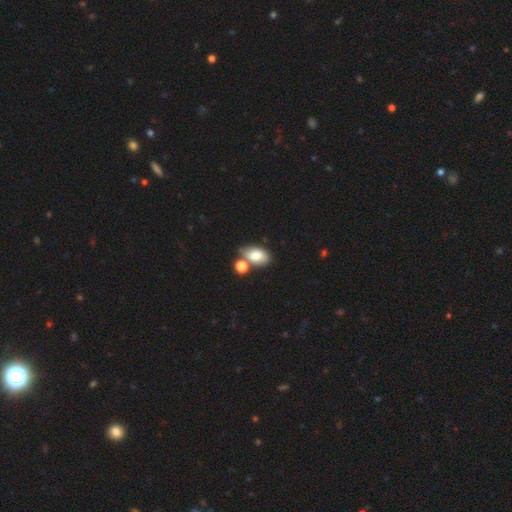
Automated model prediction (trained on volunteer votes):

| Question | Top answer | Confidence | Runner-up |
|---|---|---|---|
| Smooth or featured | smooth | 76% | featured or disk (14%) |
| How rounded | in between | 88% | round (11%) |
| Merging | none | 48% | merger (30%) |